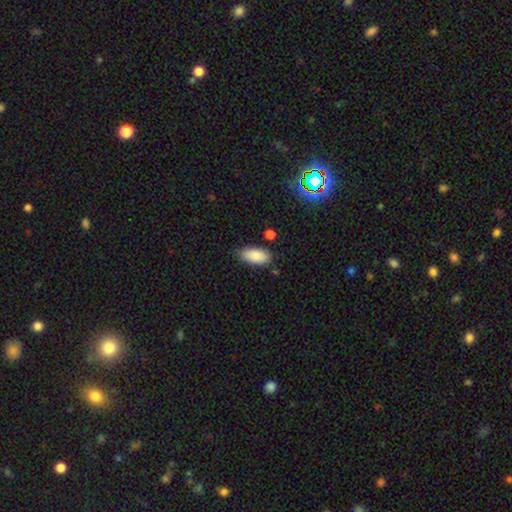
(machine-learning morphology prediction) type=smooth (86%); roundness=in between (91%); merging=none (77%).